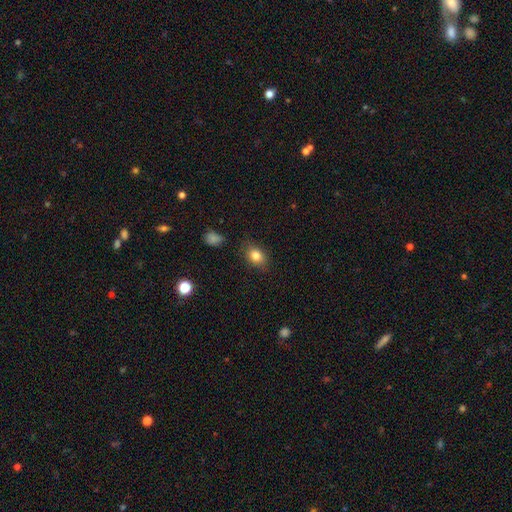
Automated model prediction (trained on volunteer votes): Morphology: type=smooth (81%); roundness=in between (68%); merging=none (81%).